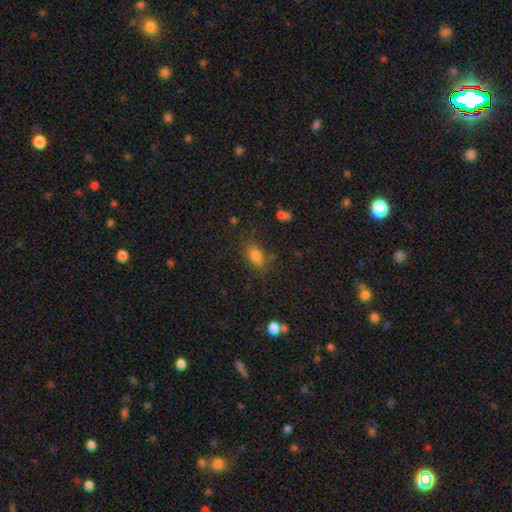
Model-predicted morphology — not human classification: Smooth or featured? Predicted: smooth (p=0.79). How rounded? Predicted: in between (p=0.80). Merging? Predicted: none (p=0.76).